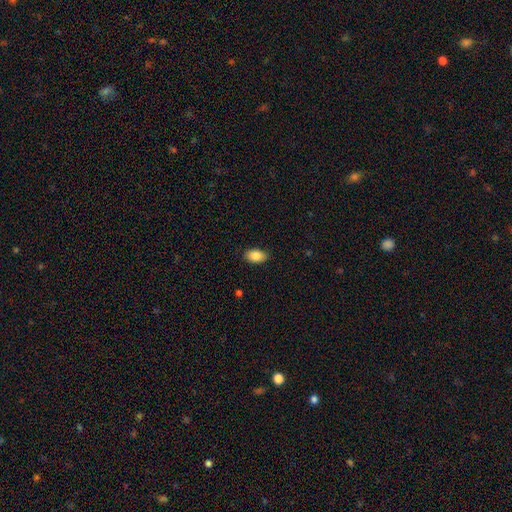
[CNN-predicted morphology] type=smooth (86%); roundness=in between (91%); merging=none (87%).